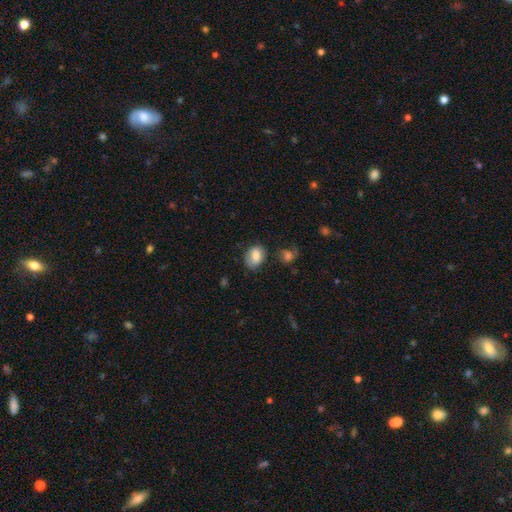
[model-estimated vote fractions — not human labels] smooth-or-featured: smooth: 80% | featured or disk: 11% | star or artifact: 9%
  how-rounded: in between: 71% | round: 28% | cigar-shaped: 1%
  merging: none: 60% | minor disturbance: 26% | major disturbance: 8% | merger: 5%